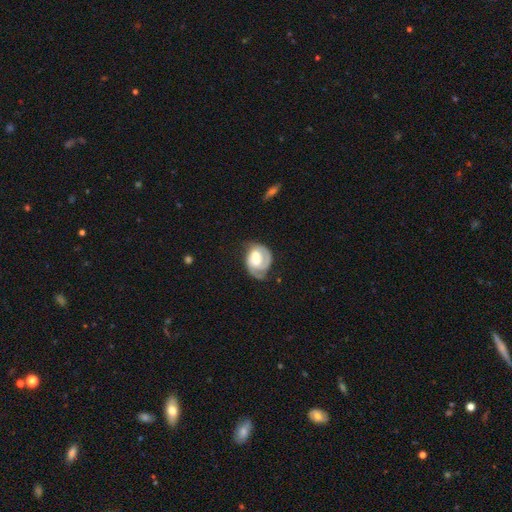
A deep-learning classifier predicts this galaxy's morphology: The model was most divided on "merging": none: 43%, minor disturbance: 27%, major disturbance: 24%, merger: 7%. Remaining: edge-on disk — no (98%); spiral arms — yes (85%); smooth or featured — featured or disk (70%); spiral winding — tight (55%); bar — no (55%); spiral arm count — 1 (48%); bulge size — moderate (43%).